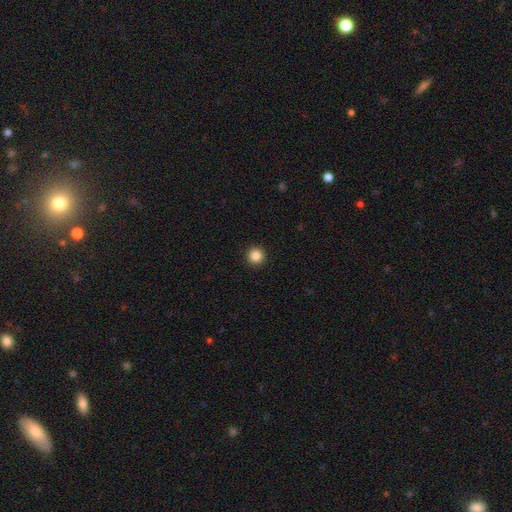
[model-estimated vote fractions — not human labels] Q: Smooth or featured?
A: smooth (86%); runner-up: star or artifact (10%)
Q: How rounded?
A: round (96%); runner-up: in between (3%)
Q: Merging?
A: none (93%); runner-up: minor disturbance (4%)